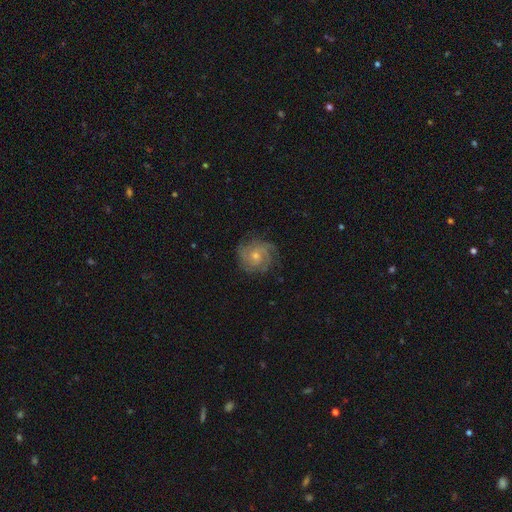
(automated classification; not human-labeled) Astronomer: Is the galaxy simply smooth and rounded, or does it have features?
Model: featured or disk — 75%.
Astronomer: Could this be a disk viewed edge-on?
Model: no — 97%.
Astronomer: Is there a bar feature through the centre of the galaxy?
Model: no — 77%.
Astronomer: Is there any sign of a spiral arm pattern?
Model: yes — 95%.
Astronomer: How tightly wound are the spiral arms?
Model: tight — 62%.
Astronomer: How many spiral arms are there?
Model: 3 — 30% (runner-up: can't tell, 25%).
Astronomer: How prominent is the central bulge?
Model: moderate — 48% (runner-up: small, 47%).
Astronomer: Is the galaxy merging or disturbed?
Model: none — 80%.